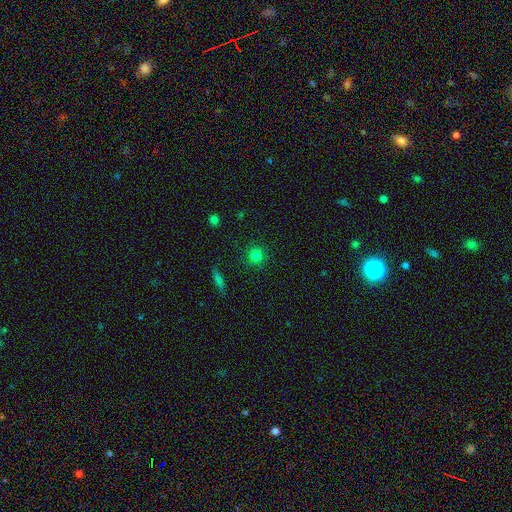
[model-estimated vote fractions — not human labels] smooth 80%, star or artifact 14%, featured or disk 5%. Down the decision tree: how rounded — round (93%); merging — none (88%).